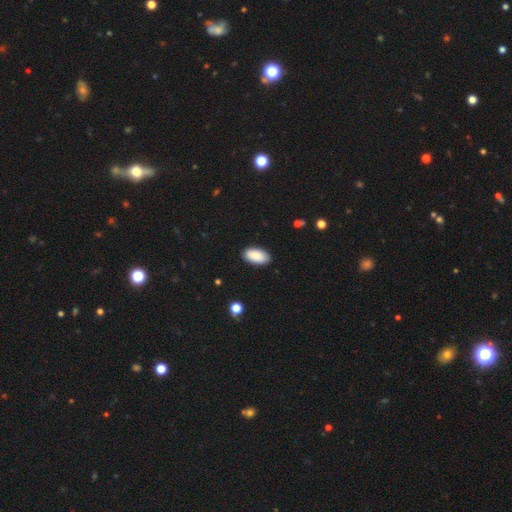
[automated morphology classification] type=smooth (89%); roundness=in between (95%); merging=none (88%).